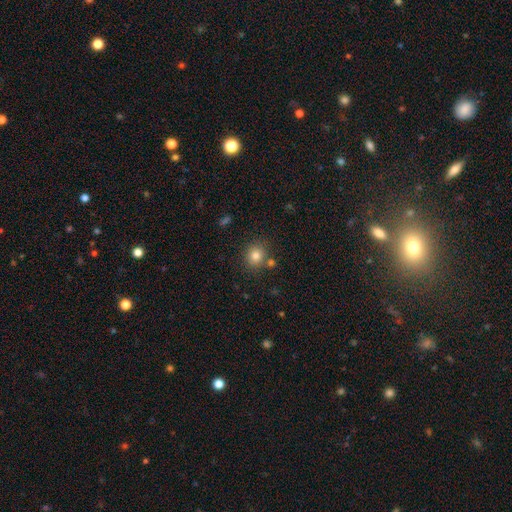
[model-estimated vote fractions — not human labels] Morphology: type=smooth (80%); roundness=round (85%); merging=none (78%).